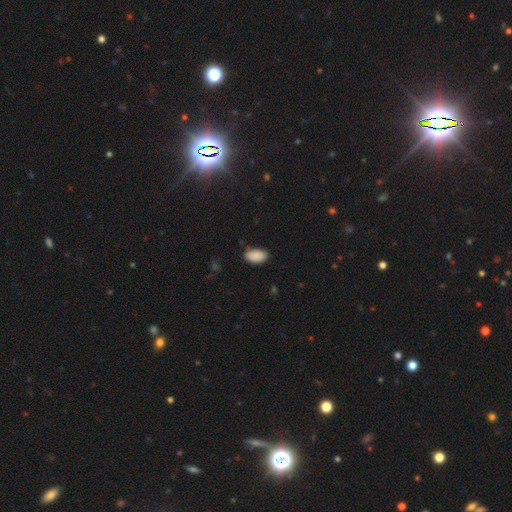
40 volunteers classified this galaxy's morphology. Volunteers were most divided on "merging": none: 76%, minor disturbance: 24%, major disturbance: 0%, merger: 0%. More confident: smooth or featured — smooth (95%); how rounded — in between (95%).